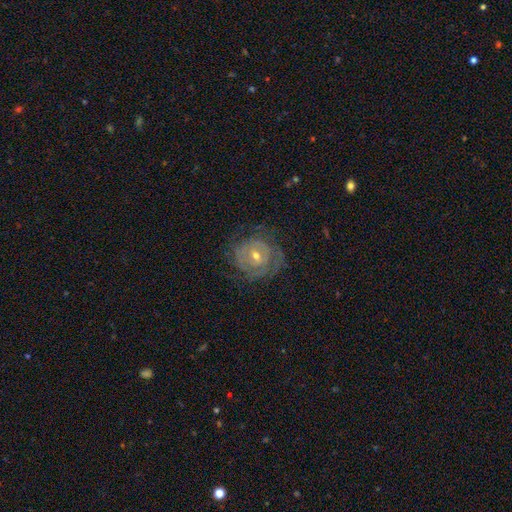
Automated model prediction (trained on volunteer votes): A featured or disk galaxy (77%) with no bar (59%), tight (72%) spiral arms (78%) and a small central bulge (49%).

Vote fractions:
- Smooth or featured? featured or disk: 77% / smooth: 15% / star or artifact: 7%
- Edge-on disk? no: 97% / yes: 3%
- Bar? no: 59% / weak: 31% / strong: 9%
- Spiral arms? yes: 78% / no: 22%
- Spiral winding? tight: 72% / medium: 20% / loose: 7%
- Spiral arm count? can't tell: 46% / 2: 28% / 3: 11% / 1: 6% / 4: 5% / more than 4: 4%
- Bulge size? small: 49% / moderate: 48% / large: 2% / none: 1% / dominant: 1%
- Merging? none: 71% / minor disturbance: 17% / major disturbance: 11% / merger: 1%